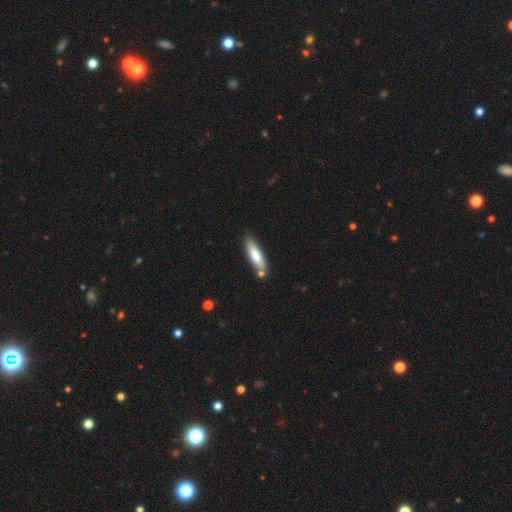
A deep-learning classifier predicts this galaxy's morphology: smooth_or_featured: smooth (p=0.73) [alt: featured or disk p=0.22]
how_rounded: cigar-shaped (p=0.67) [alt: in between p=0.32]
merging: none (p=0.72) [alt: minor disturbance p=0.15]